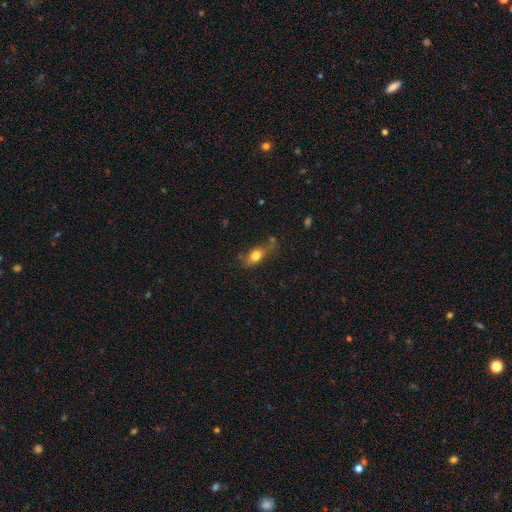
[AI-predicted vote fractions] smooth 76%, featured or disk 14%, star or artifact 10%. Down the decision tree: how rounded — in between (74%); merging — none (50%).